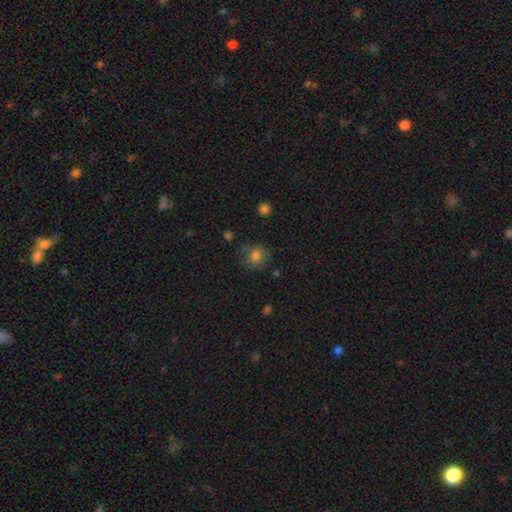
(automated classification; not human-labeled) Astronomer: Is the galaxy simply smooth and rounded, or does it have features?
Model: smooth — 78%.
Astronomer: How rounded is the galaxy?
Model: round — 77%.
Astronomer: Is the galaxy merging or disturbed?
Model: none — 68%.